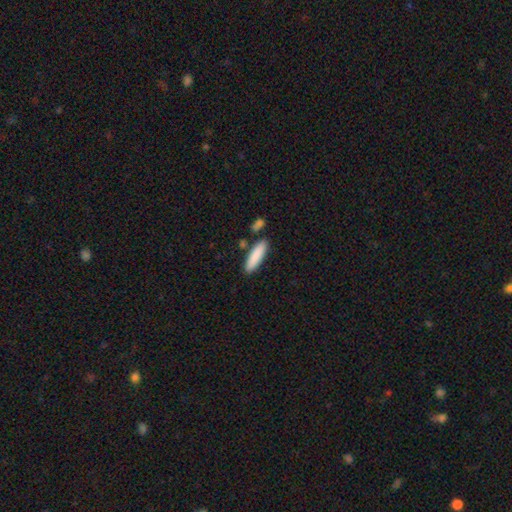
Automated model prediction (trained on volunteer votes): smooth_or_featured: smooth (p=0.86) [alt: featured or disk p=0.08]
how_rounded: cigar-shaped (p=0.66) [alt: in between p=0.32]
merging: none (p=0.81) [alt: minor disturbance p=0.10]